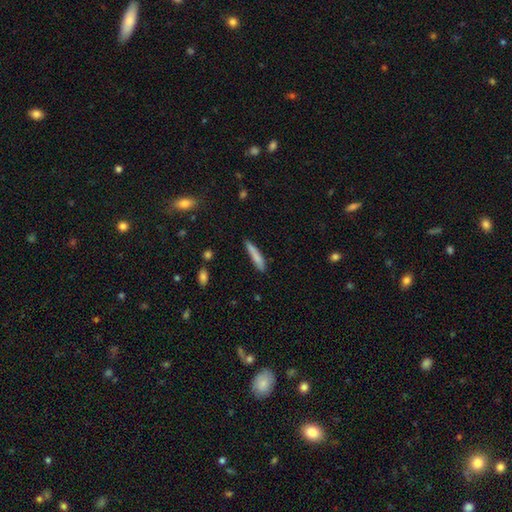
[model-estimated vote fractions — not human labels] This appears to be a smooth galaxy with no disk features (79%) that is cigar-shaped (90%). Merging: none (77%).